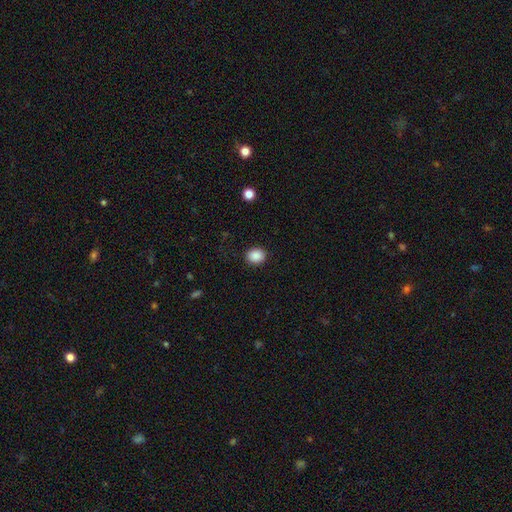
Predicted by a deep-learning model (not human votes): Morphology: type=smooth (88%); roundness=round (67%); merging=none (90%).